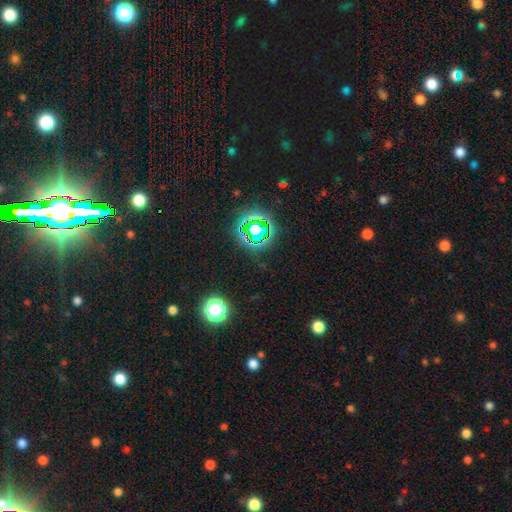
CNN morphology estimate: type=star or artifact (80%).